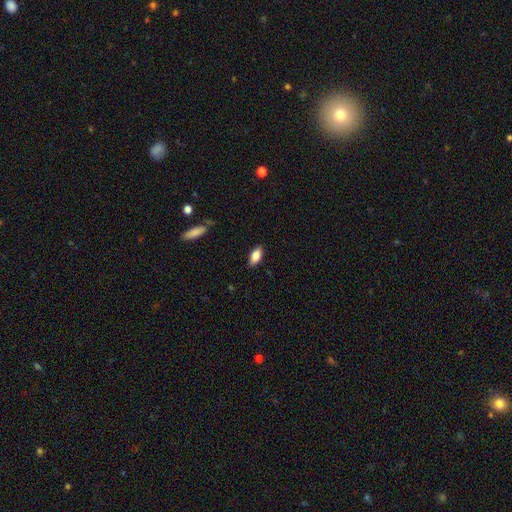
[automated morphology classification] Smooth or featured?
  - smooth: 83% *
  - featured or disk: 10%
  - star or artifact: 7%
How rounded?
  - in between: 87% *
  - cigar-shaped: 11%
  - round: 3%
Merging?
  - none: 86% *
  - minor disturbance: 11%
  - major disturbance: 2%
  - merger: 1%